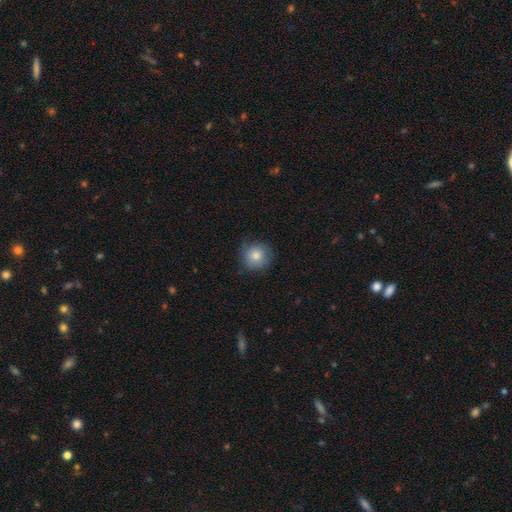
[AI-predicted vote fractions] smooth_or_featured: smooth (p=0.82) [alt: featured or disk p=0.10]
how_rounded: round (p=0.92) [alt: in between p=0.07]
merging: none (p=0.77) [alt: minor disturbance p=0.18]